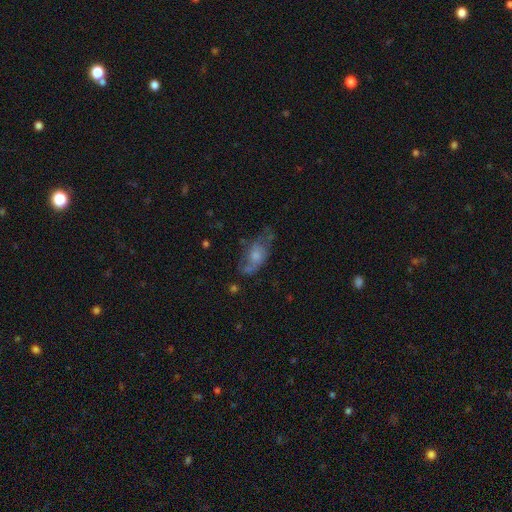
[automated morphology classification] Smooth or featured: smooth — 46% (featured or disk — 45%)
Merging: none — 39% (major disturbance — 28%)